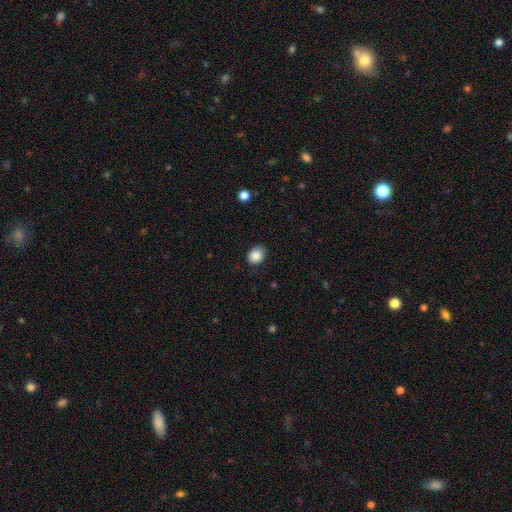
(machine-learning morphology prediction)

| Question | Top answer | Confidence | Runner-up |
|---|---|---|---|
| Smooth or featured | smooth | 87% | star or artifact (9%) |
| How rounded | round | 56% | in between (43%) |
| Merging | none | 83% | minor disturbance (13%) |